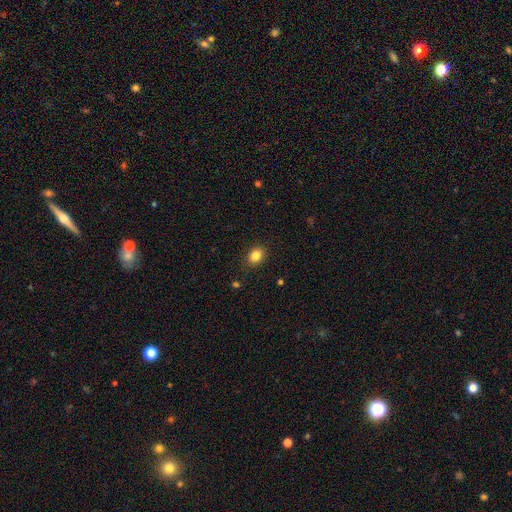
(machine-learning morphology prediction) smooth_or_featured: smooth (p=0.85) [alt: star or artifact p=0.10]
how_rounded: in between (p=0.60) [alt: round p=0.39]
merging: none (p=0.89) [alt: minor disturbance p=0.08]